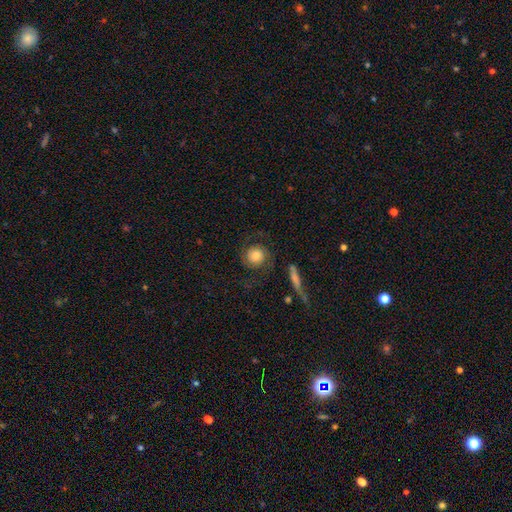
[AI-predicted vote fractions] Overall: featured or disk (60%; smooth 32%). Edge-on disk: no (96%). Bar: no (79%). Spiral arms: yes (91%). Spiral arm count: 2 (89%). Spiral winding: medium (40%; loose 31%). Bulge size: moderate (52%; small 23%). Merging: none (73%).